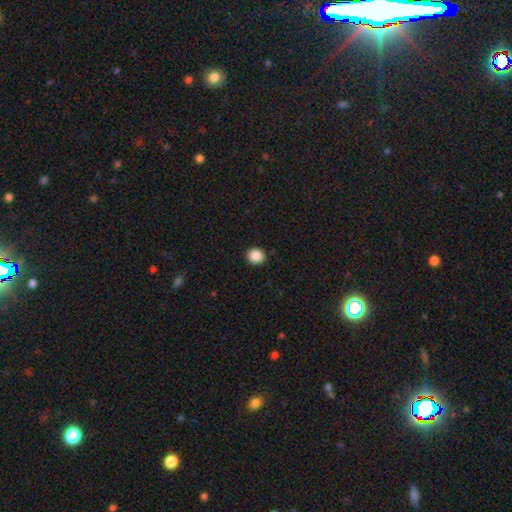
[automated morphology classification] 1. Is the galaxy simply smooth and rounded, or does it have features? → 88% smooth, 9% star or artifact, 3% featured or disk.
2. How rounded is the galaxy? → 90% round, 9% in between, 1% cigar-shaped.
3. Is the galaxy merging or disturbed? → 92% none, 5% minor disturbance, 2% major disturbance, 1% merger.